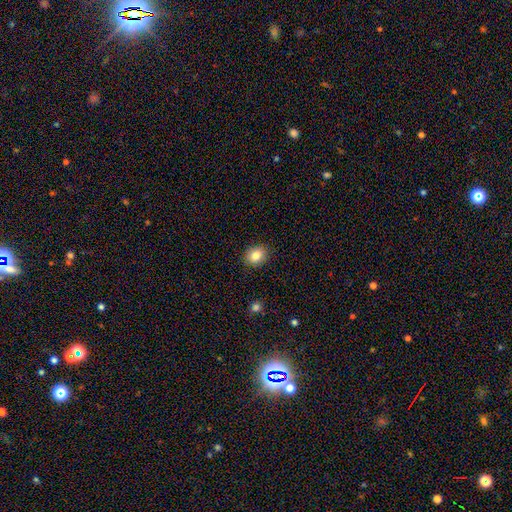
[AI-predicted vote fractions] Smooth or featured: smooth — 84% (star or artifact — 9%)
How rounded: in between — 52% (round — 47%)
Merging: none — 89% (minor disturbance — 8%)